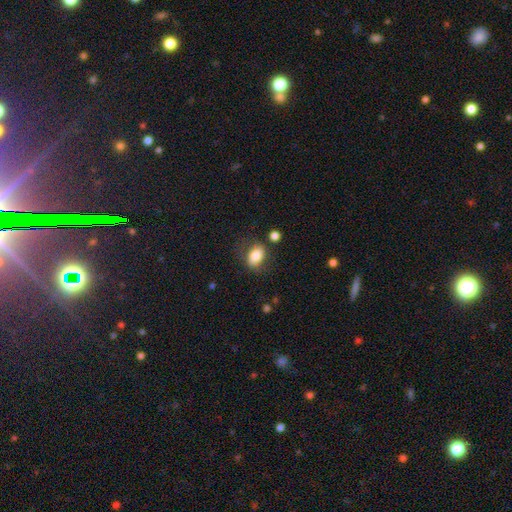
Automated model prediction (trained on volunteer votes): smooth-or-featured: smooth: 80% | featured or disk: 12% | star or artifact: 8%
  how-rounded: in between: 82% | round: 16% | cigar-shaped: 2%
  merging: none: 69% | minor disturbance: 18% | major disturbance: 7% | merger: 6%